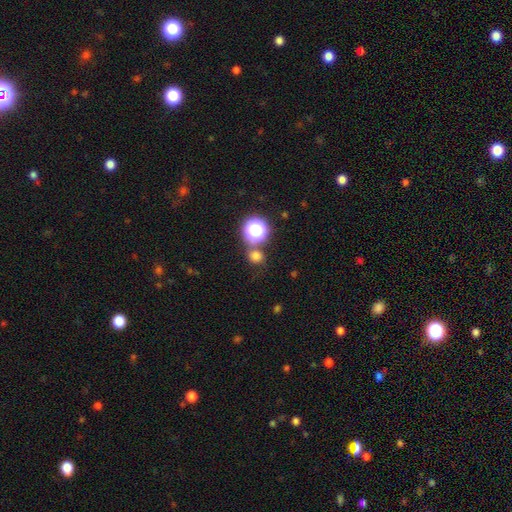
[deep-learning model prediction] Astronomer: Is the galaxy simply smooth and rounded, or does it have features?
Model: smooth — 71%.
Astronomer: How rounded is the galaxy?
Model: round — 81%.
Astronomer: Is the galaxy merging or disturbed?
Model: none — 67%.